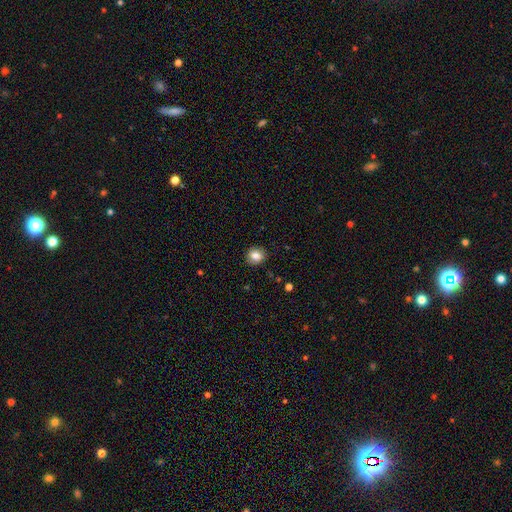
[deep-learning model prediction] smooth 82%, star or artifact 9%, featured or disk 8%. Down the decision tree: how rounded — round (81%); merging — none (90%).